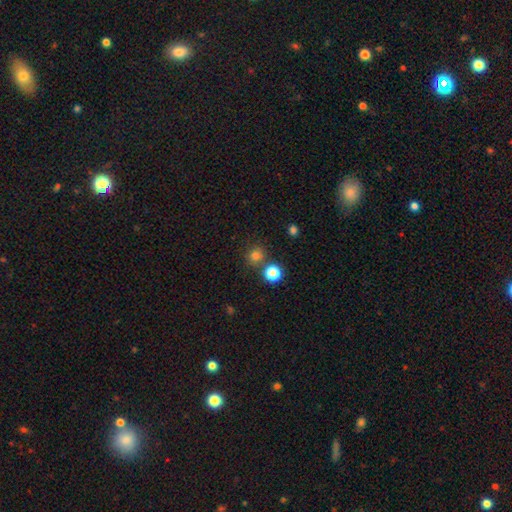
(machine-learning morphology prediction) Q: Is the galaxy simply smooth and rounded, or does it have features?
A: smooth — 75%.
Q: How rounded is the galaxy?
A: round — 88%.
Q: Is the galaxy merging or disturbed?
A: none — 75%.